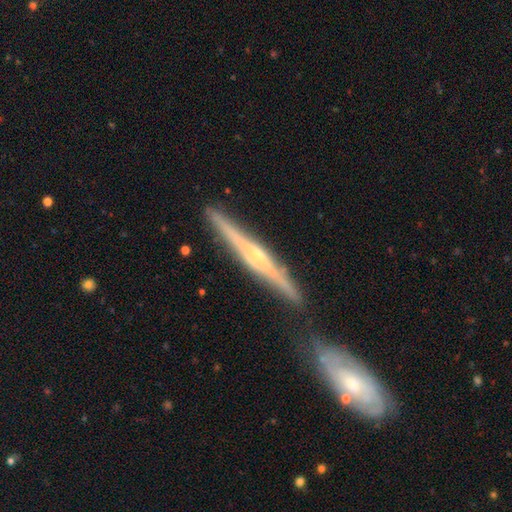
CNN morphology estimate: Smooth or featured? featured or disk (77%)
Edge-on disk? yes (97%)
Edge-on bulge? rounded (64%)
Merging? none (79%)